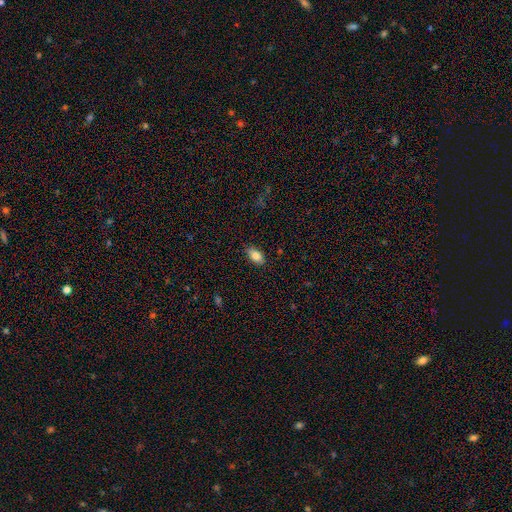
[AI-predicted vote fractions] A smooth galaxy with no disk features (82%) that is in between round and cigar-shaped (90%).

Vote fractions:
- Smooth or featured? smooth: 82% / featured or disk: 11% / star or artifact: 8%
- How rounded? in between: 90% / round: 5% / cigar-shaped: 5%
- Merging? none: 86% / minor disturbance: 11% / major disturbance: 2% / merger: 1%